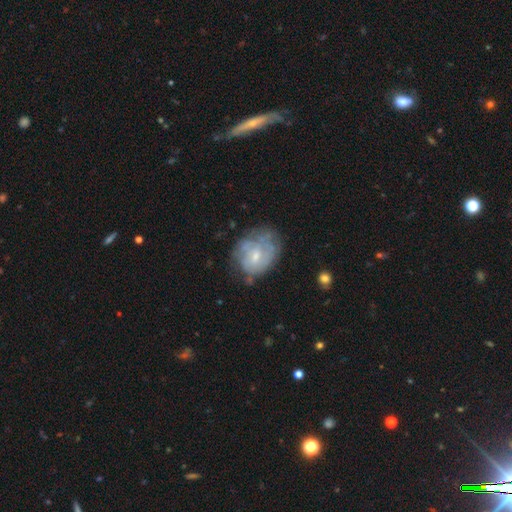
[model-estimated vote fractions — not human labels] smooth_or_featured: featured or disk (p=0.58) [alt: smooth p=0.34]
disk_edge_on: no (p=0.97) [alt: yes p=0.03]
bar: no (p=0.56) [alt: weak p=0.39]
has_spiral_arms: yes (p=0.59) [alt: no p=0.41]
bulge_size: small (p=0.53) [alt: moderate p=0.37]
merging: none (p=0.49) [alt: minor disturbance p=0.29]